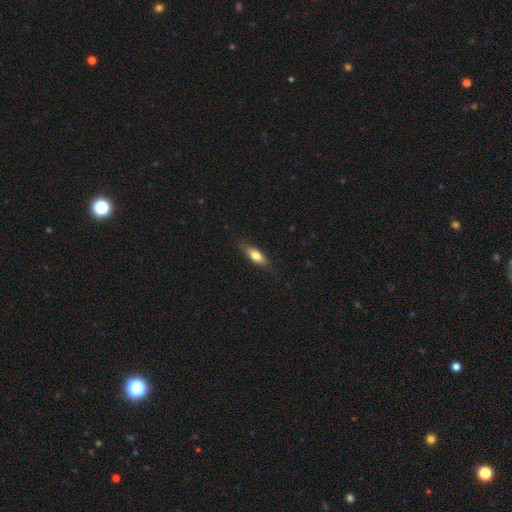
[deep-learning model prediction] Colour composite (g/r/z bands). It shows a smooth galaxy with no disk features (70%) that is in between round and cigar-shaped (63%). Merging: none (81%).